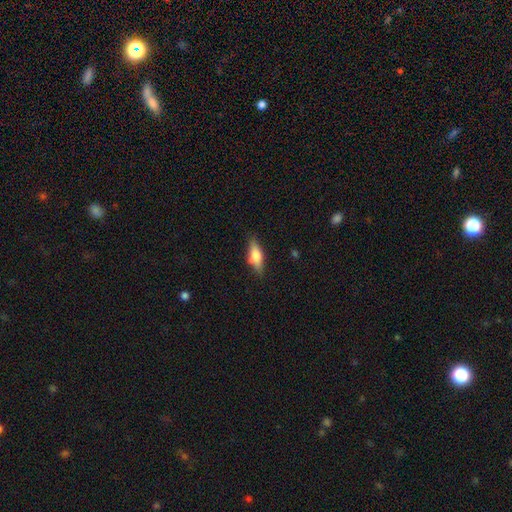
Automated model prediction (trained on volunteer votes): This is likely a smooth galaxy (61%). How rounded: likely in between (66%). Merging: likely none (74%).